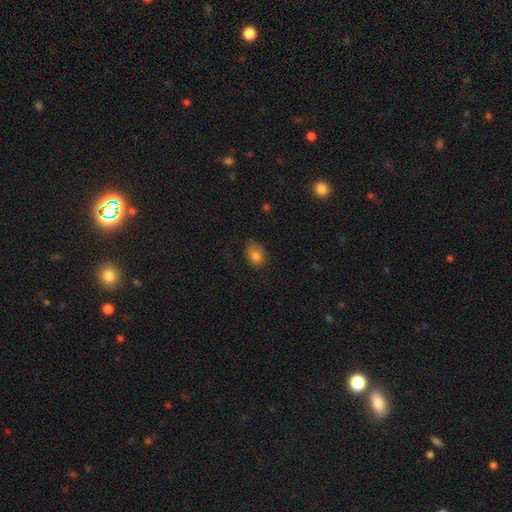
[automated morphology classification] A smooth galaxy with no disk features (80%) that is in between round and cigar-shaped (60%). Merging: none (57%).